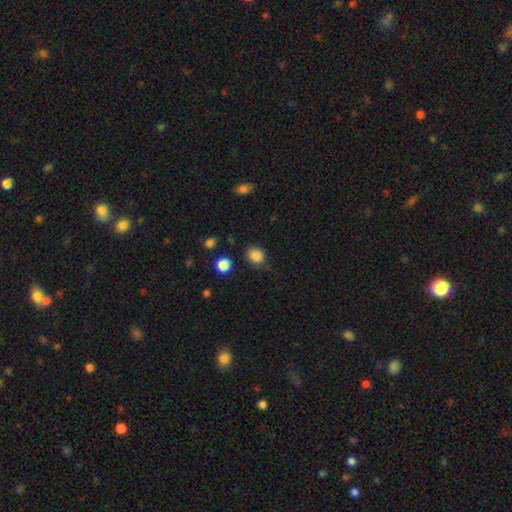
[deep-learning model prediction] smooth 85%, star or artifact 11%, featured or disk 4%. Down the decision tree: how rounded — round (63%); merging — none (71%).